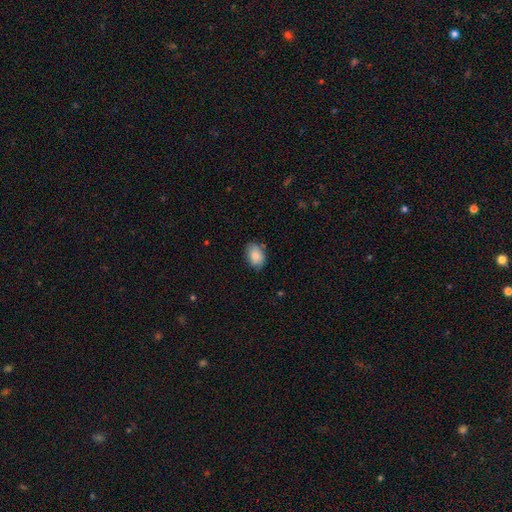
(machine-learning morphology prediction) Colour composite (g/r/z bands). It shows a smooth galaxy with no disk features (87%) that is in between round and cigar-shaped (85%). Merging: none (76%).